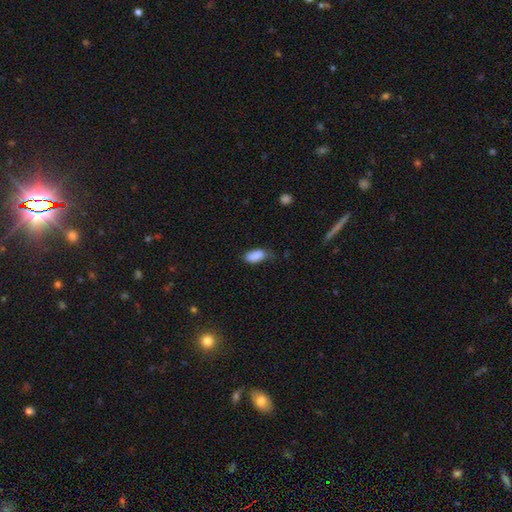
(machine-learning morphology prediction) Smooth or featured: smooth — 87% (star or artifact — 8%)
How rounded: in between — 91% (cigar-shaped — 6%)
Merging: none — 54% (minor disturbance — 34%)